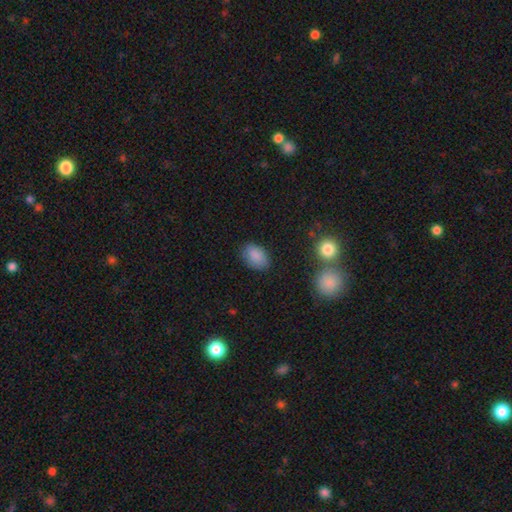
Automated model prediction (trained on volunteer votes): The model was most divided on "merging": none: 82%, minor disturbance: 13%, major disturbance: 3%, merger: 2%. More confident: smooth or featured — smooth (87%); how rounded — in between (86%).